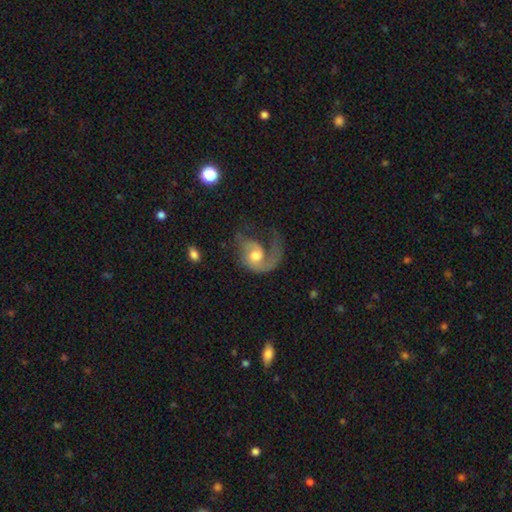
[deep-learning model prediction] Smooth or featured? featured or disk (77%)
Edge-on disk? no (98%)
Bar? no (67%)
Spiral arms? yes (92%)
Spiral winding? loose (46%)
Spiral arm count? 1 (70%)
Bulge size? moderate (67%)
Merging? major disturbance (46%)